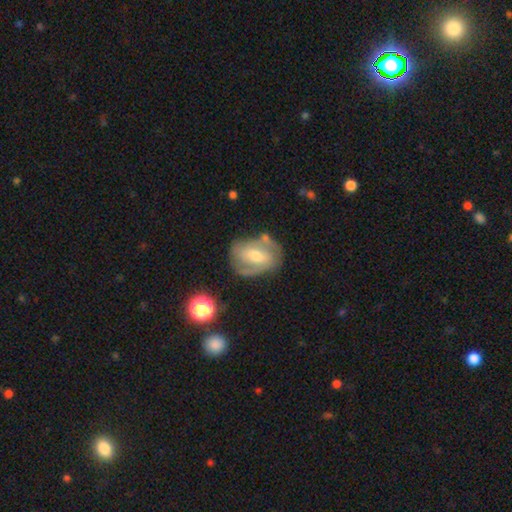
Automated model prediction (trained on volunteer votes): Smooth or featured? featured or disk (69%)
Edge-on disk? no (96%)
Bar? weak (48%)
Spiral arms? yes (81%)
Spiral winding? medium (44%)
Spiral arm count? 2 (64%)
Bulge size? moderate (61%)
Merging? none (65%)